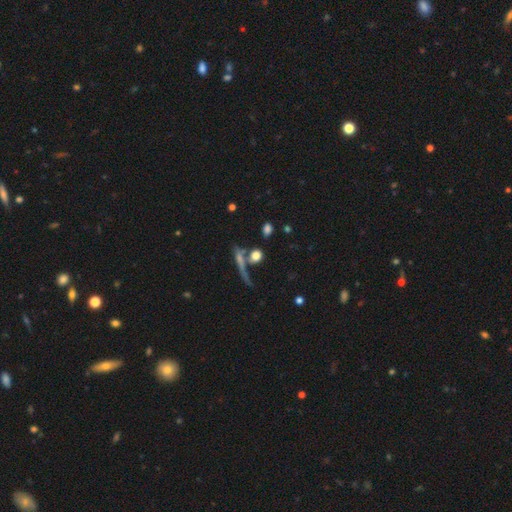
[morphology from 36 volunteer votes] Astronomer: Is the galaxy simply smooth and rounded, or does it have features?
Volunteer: smooth — 67%.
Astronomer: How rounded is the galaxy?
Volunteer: round — 79%.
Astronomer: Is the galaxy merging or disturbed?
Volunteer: merger — 49% (runner-up: minor disturbance, 29%).